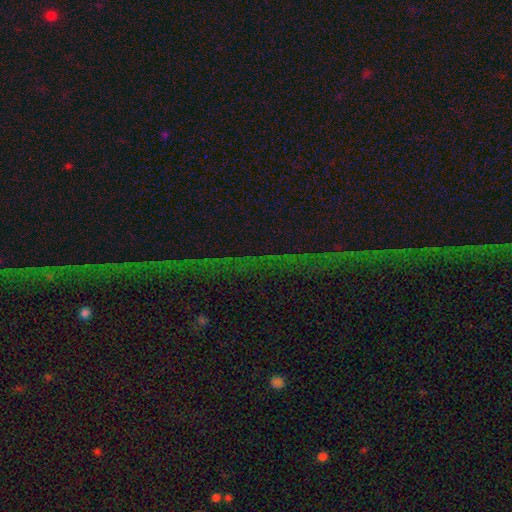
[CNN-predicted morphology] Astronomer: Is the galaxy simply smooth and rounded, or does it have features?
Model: star or artifact — 76%.